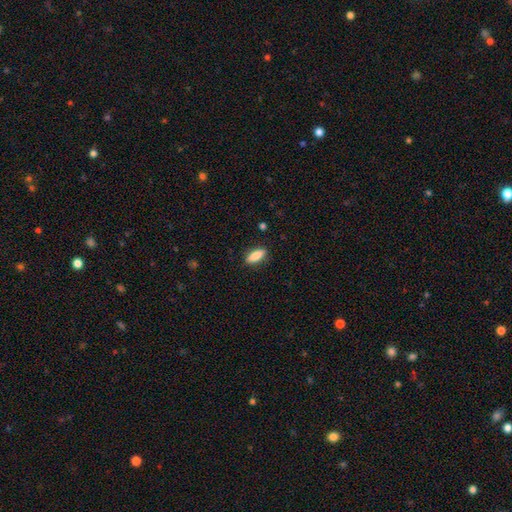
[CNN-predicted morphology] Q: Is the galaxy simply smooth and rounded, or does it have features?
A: smooth — 83%.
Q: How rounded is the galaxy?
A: in between — 63%.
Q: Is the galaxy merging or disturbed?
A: none — 86%.